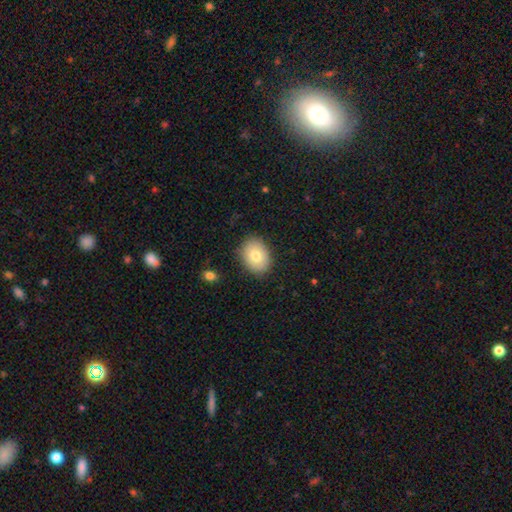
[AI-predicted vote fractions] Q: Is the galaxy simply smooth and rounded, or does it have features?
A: smooth — 77%.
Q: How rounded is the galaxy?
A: in between — 67%.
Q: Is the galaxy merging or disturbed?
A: none — 86%.